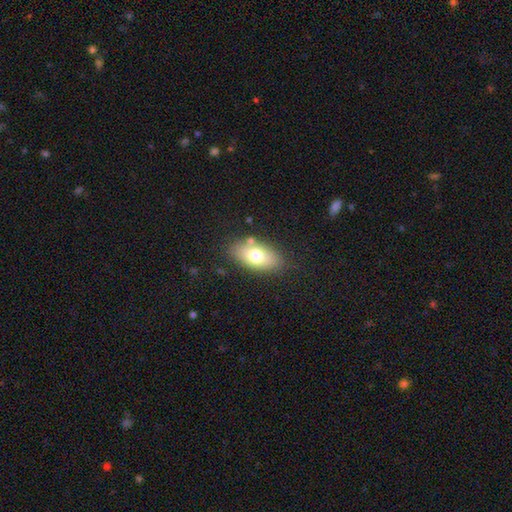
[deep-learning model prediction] Smooth or featured? Predicted: smooth (p=0.72). How rounded? Predicted: in between (p=0.89). Merging? Predicted: none (p=0.79).